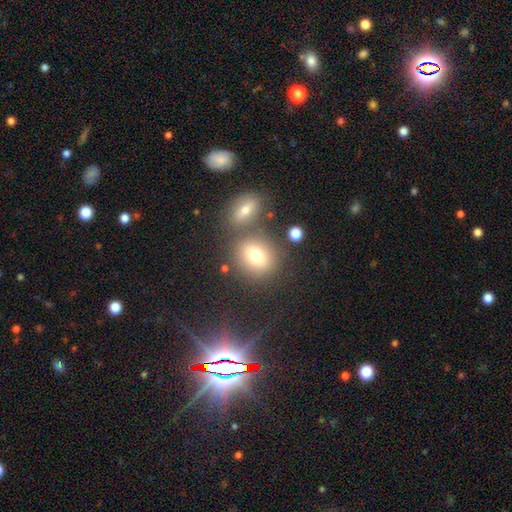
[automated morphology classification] Smooth or featured: smooth — 73% (star or artifact — 14%)
How rounded: round — 61% (in between — 38%)
Merging: none — 67% (merger — 18%)